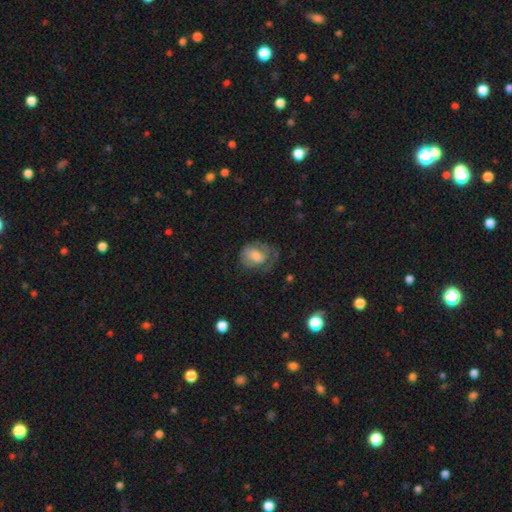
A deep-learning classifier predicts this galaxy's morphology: type=smooth (46%); merging=none (48%).